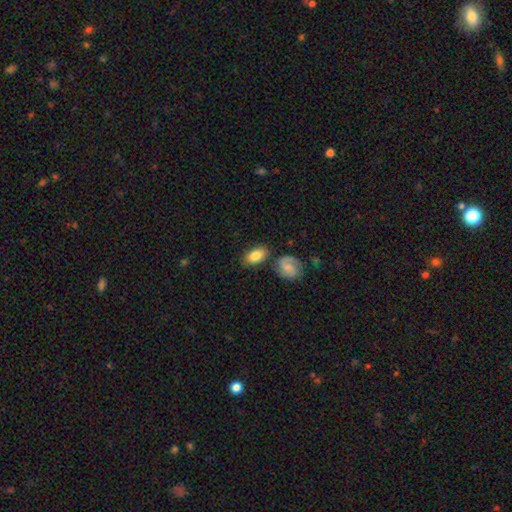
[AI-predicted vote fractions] Smooth or featured? smooth (80%)
How rounded? in between (89%)
Merging? none (72%)